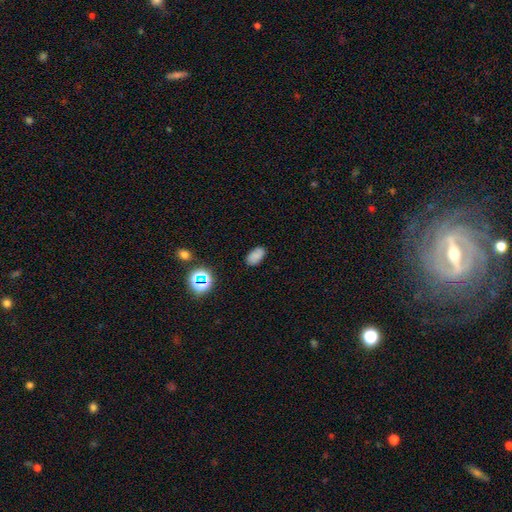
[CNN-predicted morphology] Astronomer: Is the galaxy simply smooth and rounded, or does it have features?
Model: smooth — 78%.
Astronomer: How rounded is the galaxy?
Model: in between — 92%.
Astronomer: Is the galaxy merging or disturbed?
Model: none — 83%.